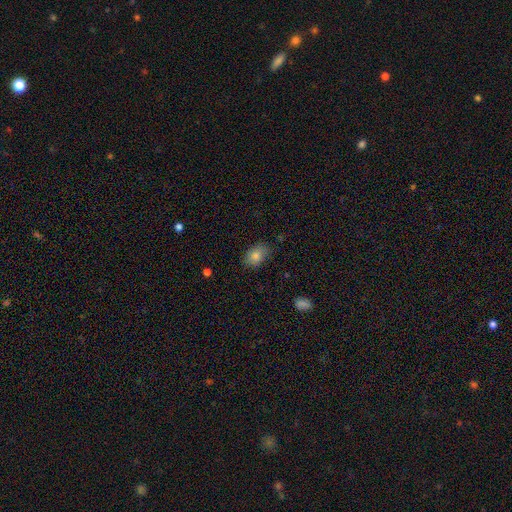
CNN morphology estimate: This is clearly a smooth galaxy (80%). How rounded: clearly in between (80%). Merging: likely none (78%).